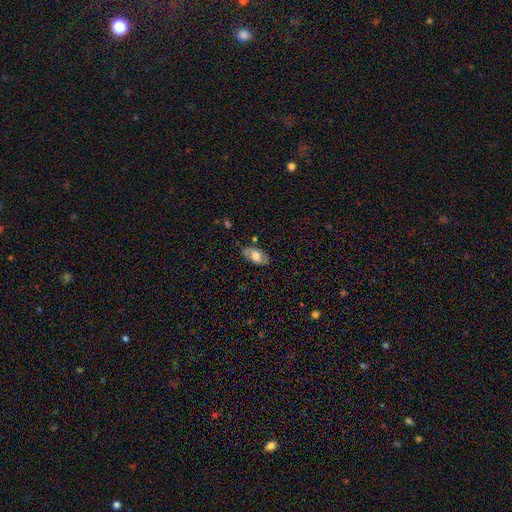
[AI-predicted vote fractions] This is possibly a smooth galaxy (58%). How rounded: clearly in between (93%). Merging: likely none (80%).